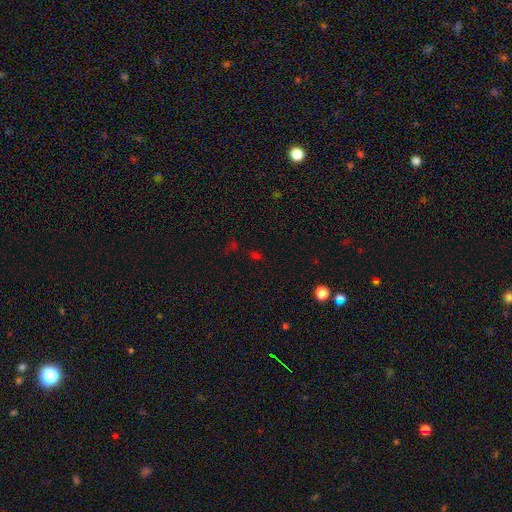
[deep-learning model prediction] Smooth or featured? star or artifact (55%)